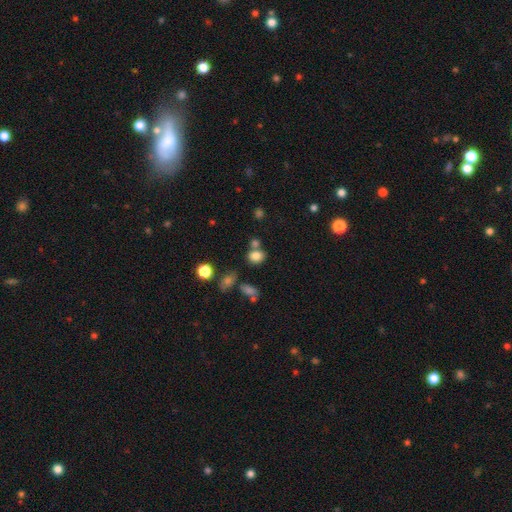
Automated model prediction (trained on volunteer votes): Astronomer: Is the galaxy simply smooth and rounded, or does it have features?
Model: smooth — 79%.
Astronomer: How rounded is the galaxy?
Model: round — 53% (runner-up: in between, 46%).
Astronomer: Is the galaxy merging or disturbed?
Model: none — 60%.